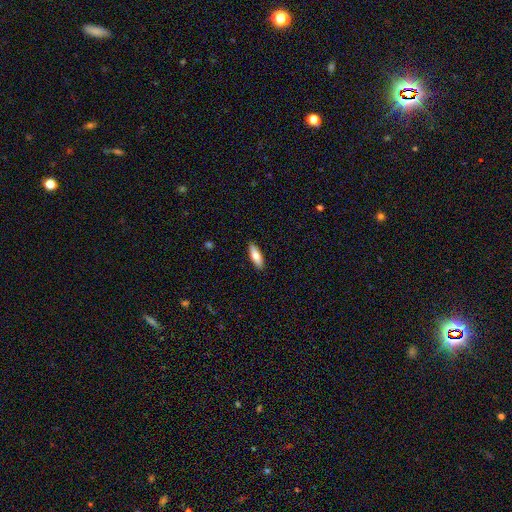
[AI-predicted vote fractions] Overall: smooth (77%). How rounded: in between (58%; cigar-shaped 41%). Merging: none (90%).